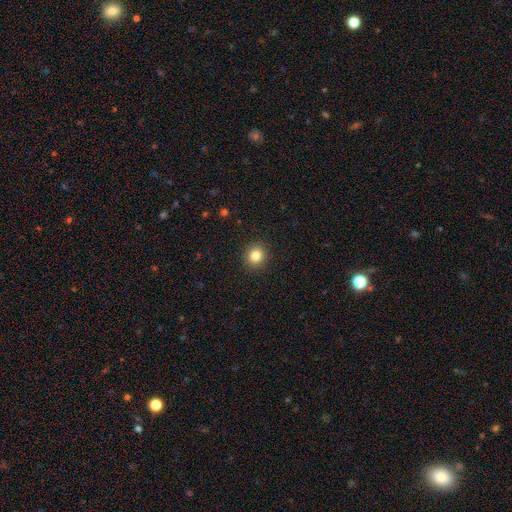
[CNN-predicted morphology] Overall: smooth (83%). How rounded: round (87%). Merging: none (91%).